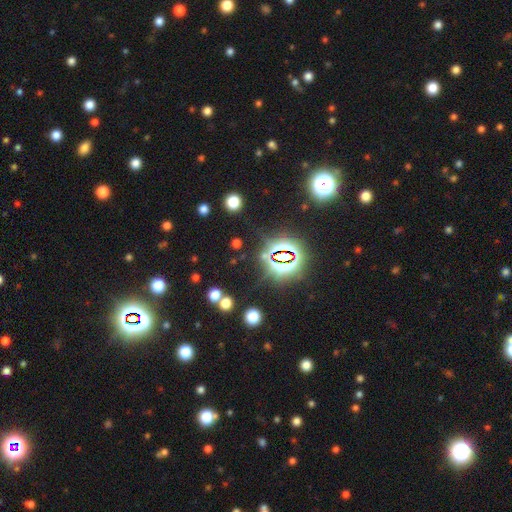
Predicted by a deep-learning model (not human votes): This is clearly a star or artifact rather than a galaxy (81%).